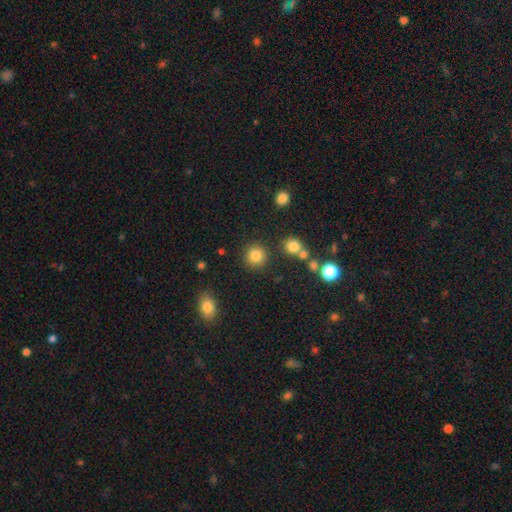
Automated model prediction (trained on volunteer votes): smooth-or-featured: smooth: 84% | star or artifact: 11% | featured or disk: 5%
  how-rounded: round: 92% | in between: 7% | cigar-shaped: 1%
  merging: none: 87% | minor disturbance: 7% | merger: 4% | major disturbance: 3%